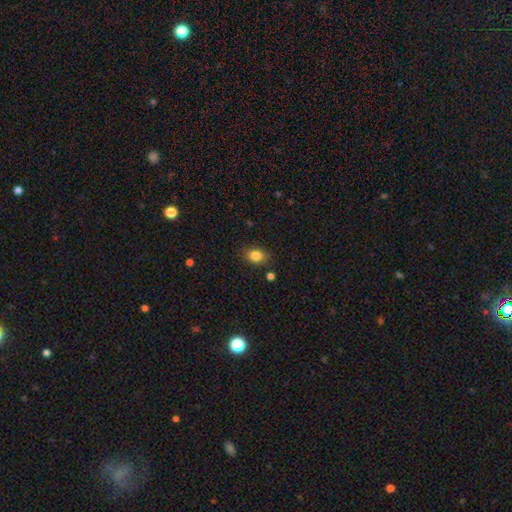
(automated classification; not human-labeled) smooth_or_featured: smooth (p=0.83) [alt: star or artifact p=0.10]
how_rounded: in between (p=0.62) [alt: round p=0.37]
merging: none (p=0.81) [alt: minor disturbance p=0.13]